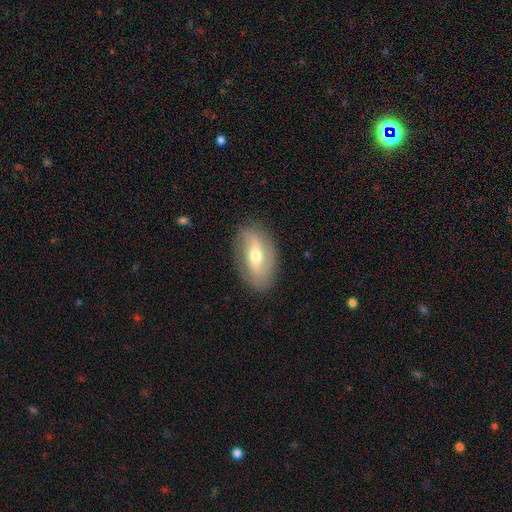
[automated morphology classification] This appears to be a featured or disk galaxy (58%). Merging: none (83%).